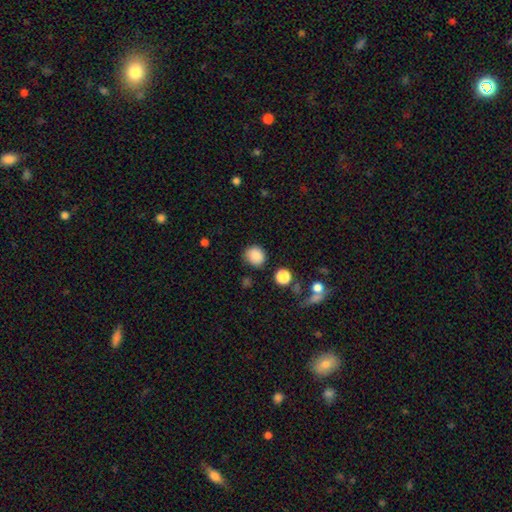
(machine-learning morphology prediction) Smooth or featured: smooth — 86% (star or artifact — 10%)
How rounded: round — 76% (in between — 23%)
Merging: none — 81% (minor disturbance — 13%)